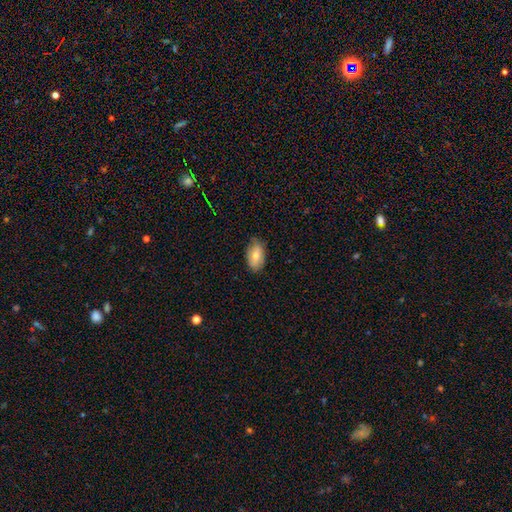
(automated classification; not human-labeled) This is likely a smooth galaxy (74%). How rounded: clearly in between (93%). Merging: likely none (79%).